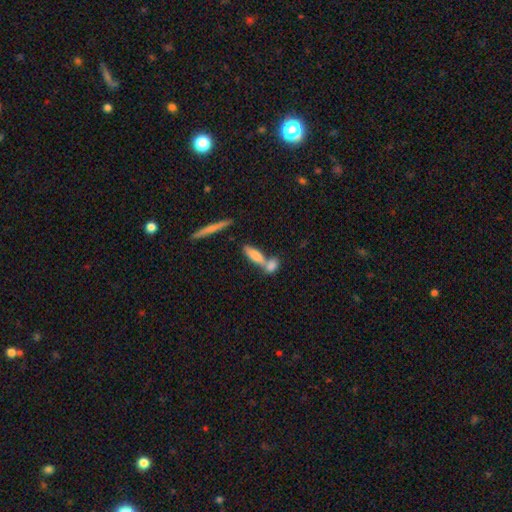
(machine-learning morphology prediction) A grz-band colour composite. It shows a smooth galaxy with no disk features (72%) that is in between round and cigar-shaped (52%). Merging: merger (51%).